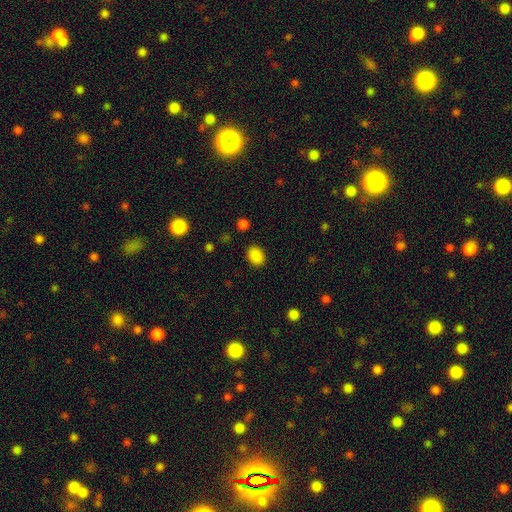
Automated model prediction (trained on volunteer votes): This appears to be a smooth galaxy with no disk features (87%) that is in between round and cigar-shaped (60%). Merging: none (87%).